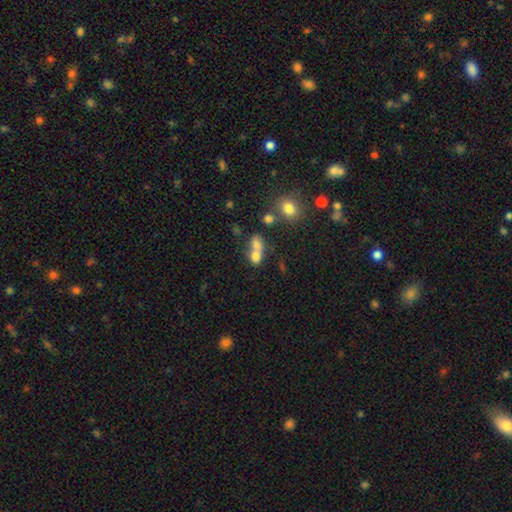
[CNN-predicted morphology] type=smooth (72%); roundness=in between (55%); merging=merger (65%).